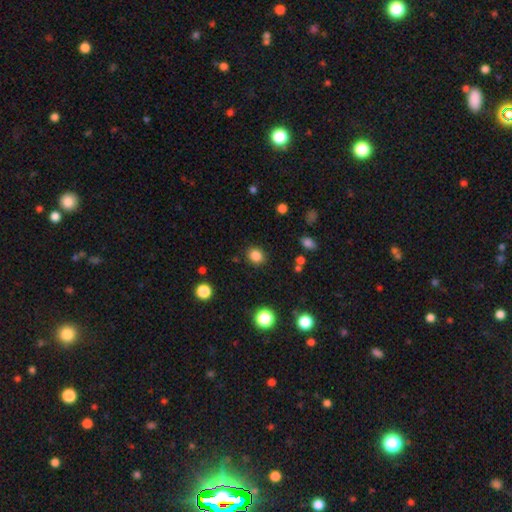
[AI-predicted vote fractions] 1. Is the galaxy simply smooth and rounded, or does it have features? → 84% smooth, 12% star or artifact, 5% featured or disk.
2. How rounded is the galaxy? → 71% round, 28% in between, 1% cigar-shaped.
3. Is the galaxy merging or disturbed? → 88% none, 8% minor disturbance, 3% major disturbance, 2% merger.